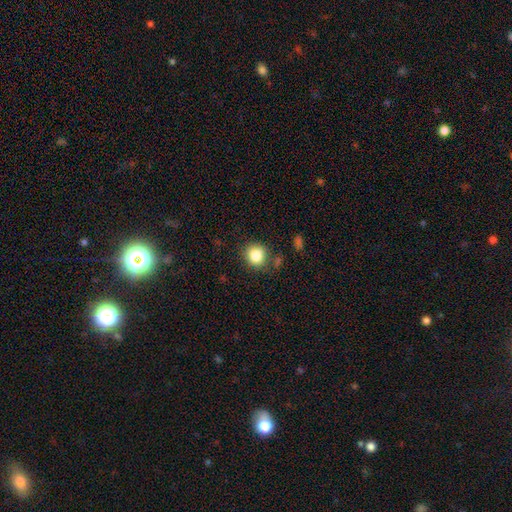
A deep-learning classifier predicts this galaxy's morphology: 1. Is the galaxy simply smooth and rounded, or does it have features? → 83% smooth, 11% star or artifact, 7% featured or disk.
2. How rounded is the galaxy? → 81% round, 18% in between, 1% cigar-shaped.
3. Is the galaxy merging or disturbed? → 77% none, 14% minor disturbance, 5% merger, 4% major disturbance.